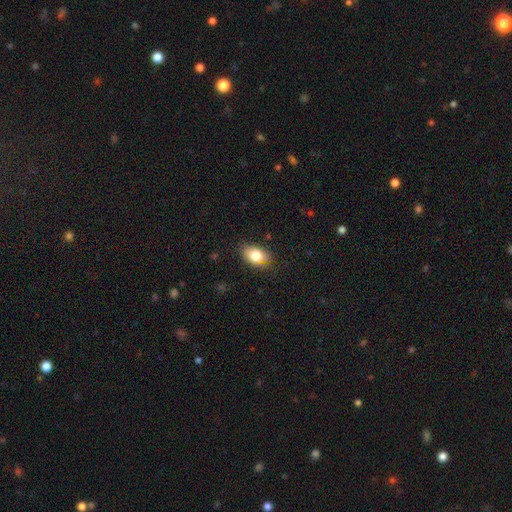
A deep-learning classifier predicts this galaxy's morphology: type=smooth (78%); roundness=in between (85%); merging=none (76%).